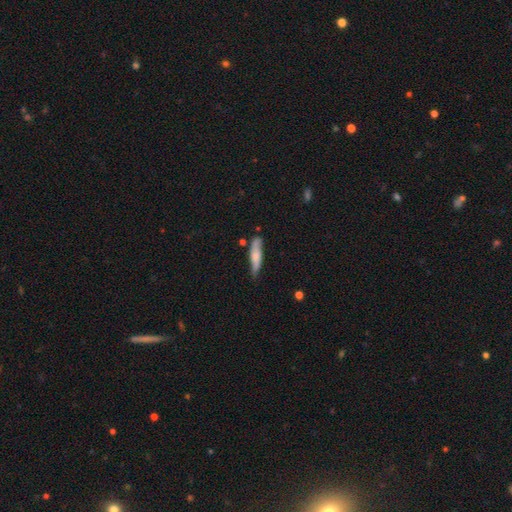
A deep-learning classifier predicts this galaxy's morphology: A smooth galaxy with no disk features (62%) that is cigar-shaped (74%). Merging: none (63%).